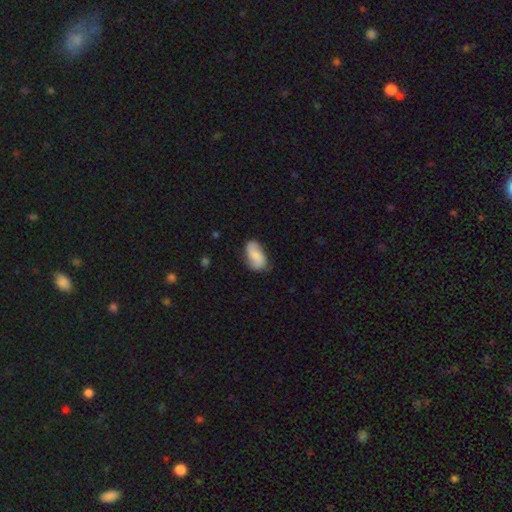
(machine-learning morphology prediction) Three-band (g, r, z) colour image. It shows a smooth galaxy with no disk features (53%) that is in between round and cigar-shaped (92%). Merging: none (71%).